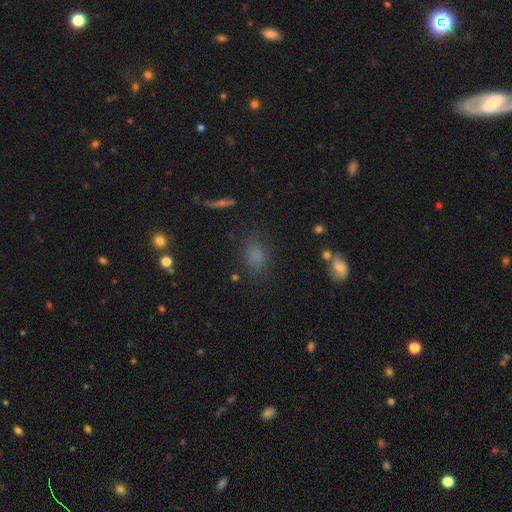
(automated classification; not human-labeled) A smooth galaxy with no disk features (76%) that is in between round and cigar-shaped (67%). Merging: none (77%).